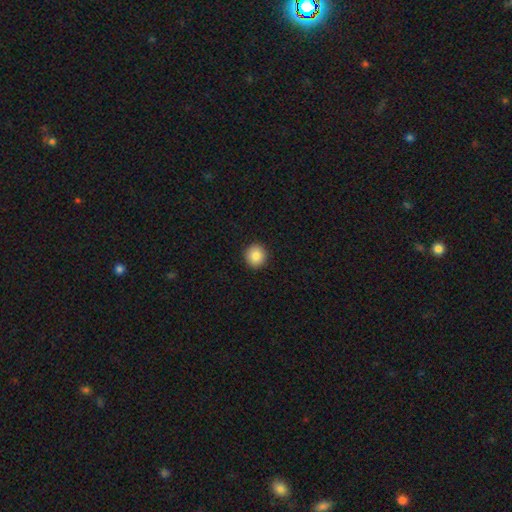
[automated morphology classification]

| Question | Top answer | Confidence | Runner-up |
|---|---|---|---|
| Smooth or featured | smooth | 87% | star or artifact (9%) |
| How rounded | round | 92% | in between (7%) |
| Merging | none | 93% | minor disturbance (5%) |